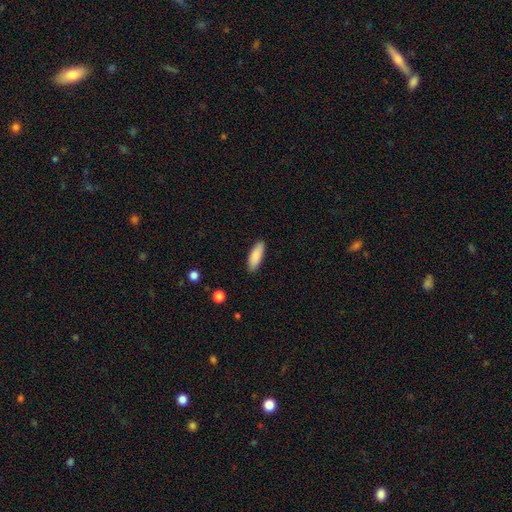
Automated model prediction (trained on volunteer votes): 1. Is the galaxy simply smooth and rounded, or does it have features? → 88% smooth, 6% star or artifact, 6% featured or disk.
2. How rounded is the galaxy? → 60% in between, 38% cigar-shaped, 2% round.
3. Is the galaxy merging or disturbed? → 88% none, 9% minor disturbance, 2% major disturbance, 1% merger.